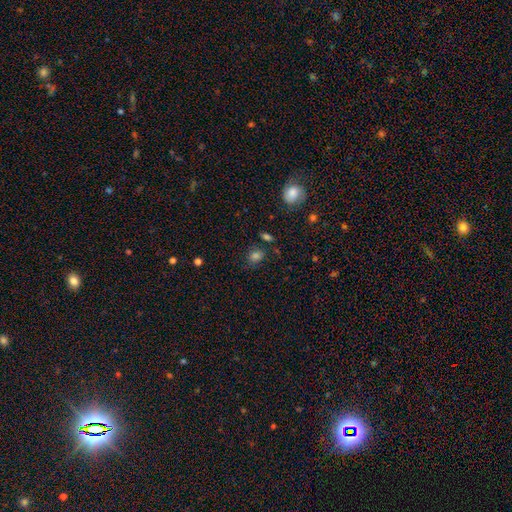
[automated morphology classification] The model was most divided on "how rounded": round: 62%, in between: 37%, cigar-shaped: 1%. More confident: merging — none (75%); smooth or featured — smooth (74%).